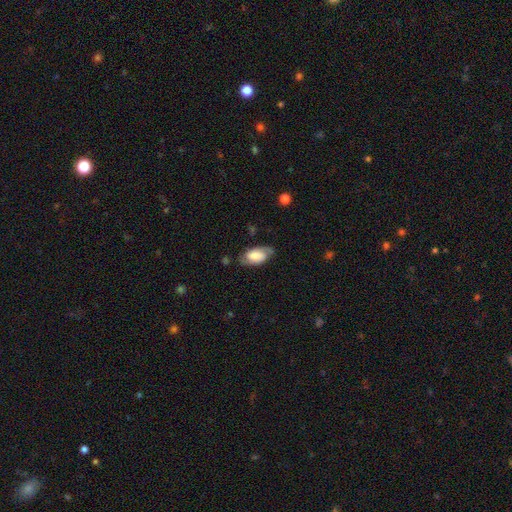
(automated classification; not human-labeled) A smooth galaxy with no disk features (56%) that is in between round and cigar-shaped (93%). Merging: none (70%).